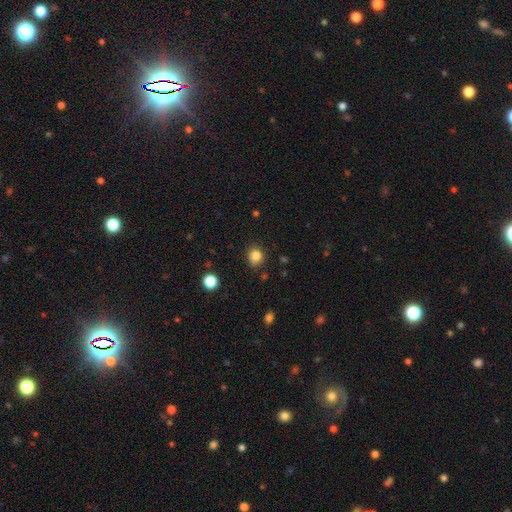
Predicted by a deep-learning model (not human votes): This is clearly a smooth galaxy (83%). How rounded: likely round (76%). Merging: clearly none (82%).